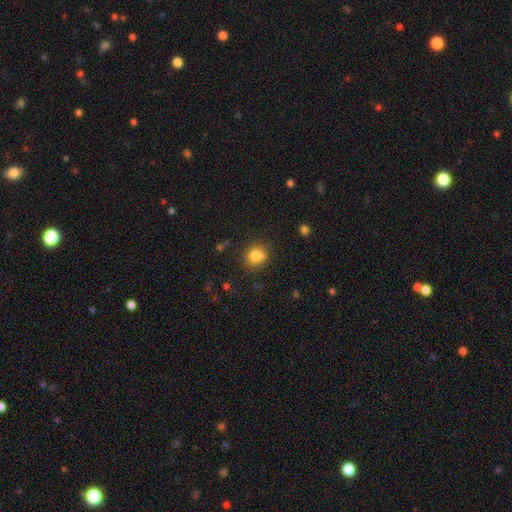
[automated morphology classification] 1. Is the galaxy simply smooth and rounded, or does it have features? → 79% smooth, 12% star or artifact, 9% featured or disk.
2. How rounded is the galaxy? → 80% round, 19% in between, 1% cigar-shaped.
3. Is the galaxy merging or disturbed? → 67% none, 15% merger, 14% minor disturbance, 4% major disturbance.